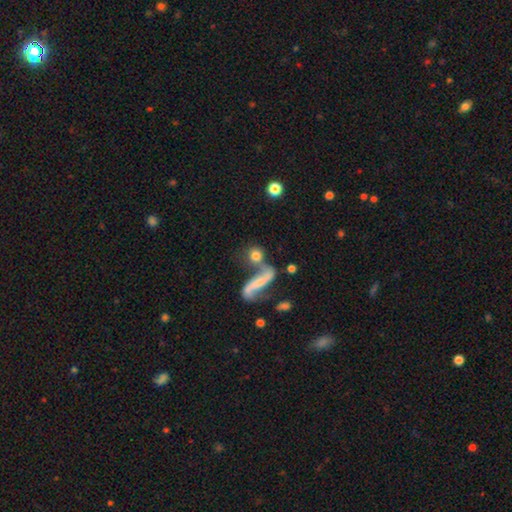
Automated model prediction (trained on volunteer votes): Smooth or featured? smooth (69%)
How rounded? round (70%)
Merging? none (45%)